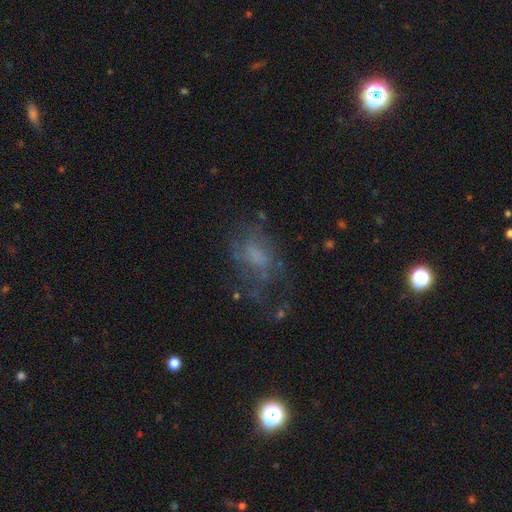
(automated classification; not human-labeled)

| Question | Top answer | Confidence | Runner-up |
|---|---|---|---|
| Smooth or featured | featured or disk | 43% | smooth (41%) |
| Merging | none | 46% | major disturbance (28%) |